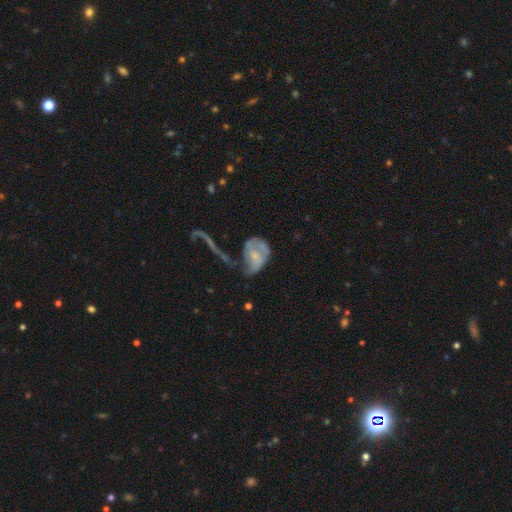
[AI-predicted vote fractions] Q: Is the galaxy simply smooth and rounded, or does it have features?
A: featured or disk — 51%.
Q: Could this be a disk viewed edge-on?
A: no — 96%.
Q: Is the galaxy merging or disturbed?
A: major disturbance — 39%.